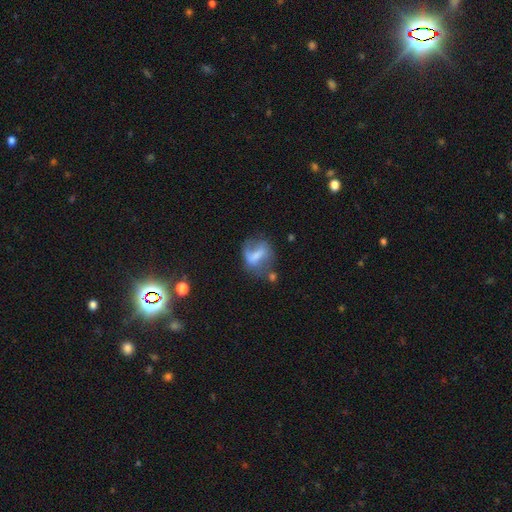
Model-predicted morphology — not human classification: smooth-or-featured: featured or disk: 45% (tied) | smooth: 45% (tied) | star or artifact: 11%
  merging: none: 39% | major disturbance: 27% | minor disturbance: 25% | merger: 9%